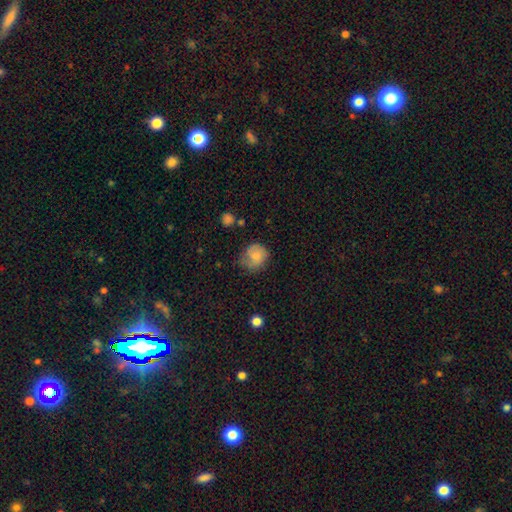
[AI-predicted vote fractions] Smooth or featured? smooth (72%)
How rounded? round (78%)
Merging? none (56%)